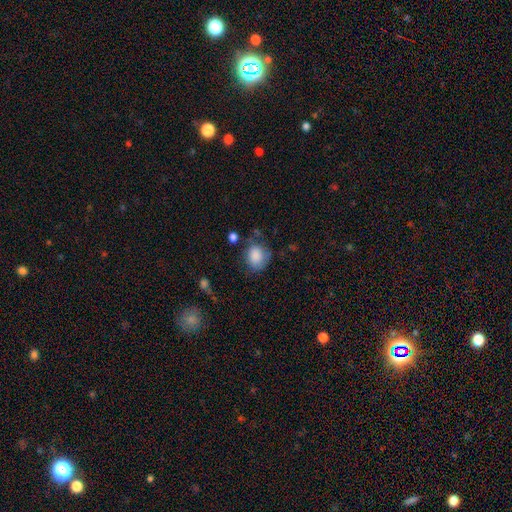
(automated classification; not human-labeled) Smooth or featured?
  - smooth: 85% *
  - star or artifact: 8%
  - featured or disk: 6%
How rounded?
  - round: 57% *
  - in between: 42%
  - cigar-shaped: 1%
Merging?
  - none: 59% *
  - minor disturbance: 26%
  - major disturbance: 10%
  - merger: 5%